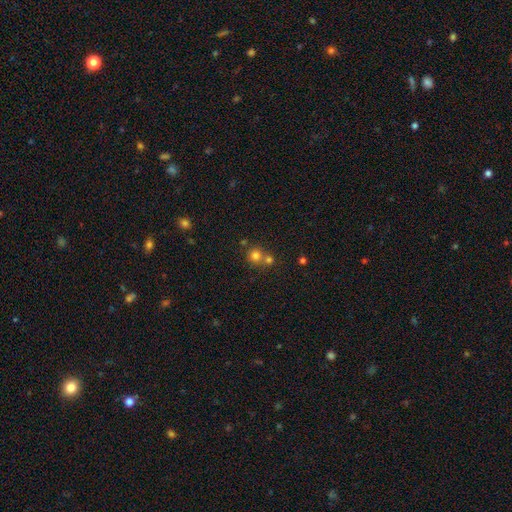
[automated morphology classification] A smooth galaxy with no disk features (76%) that is round (91%). Merging: none (54%).